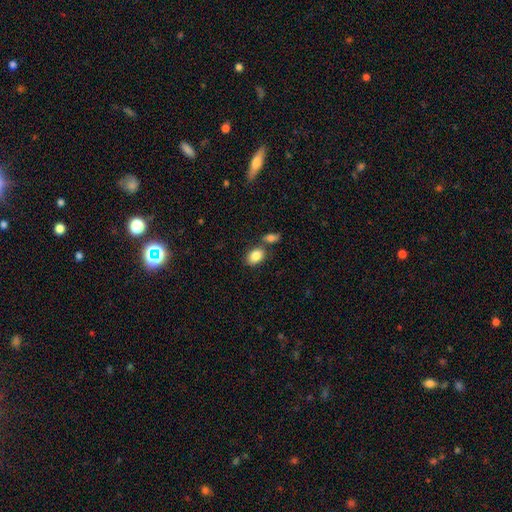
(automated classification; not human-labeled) Morphology: type=smooth (86%); roundness=in between (83%); merging=none (64%).